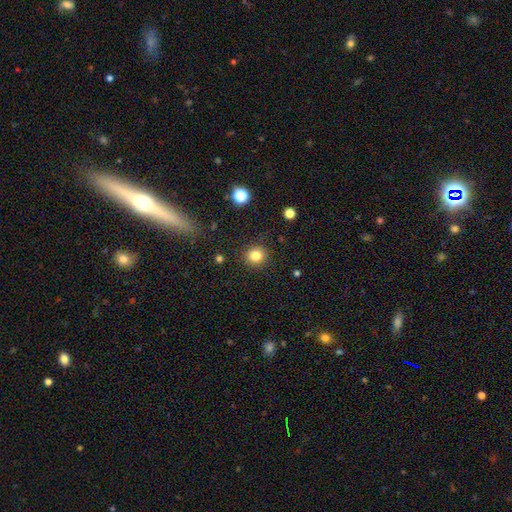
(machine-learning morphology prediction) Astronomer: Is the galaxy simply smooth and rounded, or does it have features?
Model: smooth — 82%.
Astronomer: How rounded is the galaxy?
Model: round — 90%.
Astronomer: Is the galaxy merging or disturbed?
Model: none — 89%.